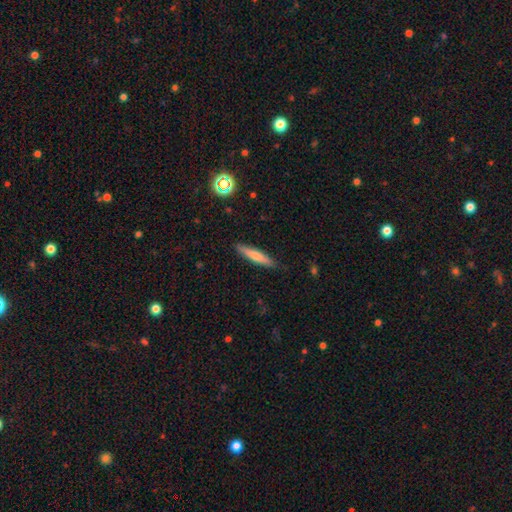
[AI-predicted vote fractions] A smooth galaxy with no disk features (59%) that is cigar-shaped (88%). Merging: none (89%).